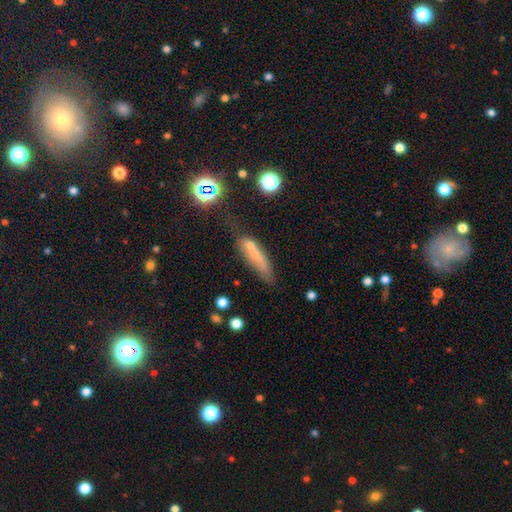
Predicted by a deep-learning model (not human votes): Smooth or featured: smooth — 59% (featured or disk — 25%)
How rounded: cigar-shaped — 66% (in between — 29%)
Merging: none — 45% (minor disturbance — 21%)